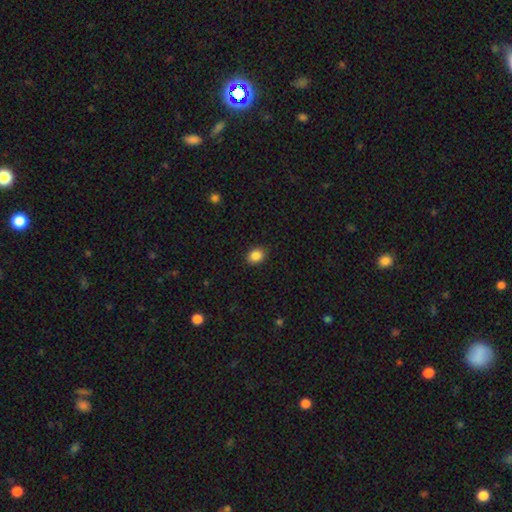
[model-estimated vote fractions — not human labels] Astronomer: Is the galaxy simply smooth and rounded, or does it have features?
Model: smooth — 87%.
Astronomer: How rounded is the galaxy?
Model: in between — 53% (runner-up: round, 46%).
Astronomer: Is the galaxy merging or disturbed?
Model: none — 90%.